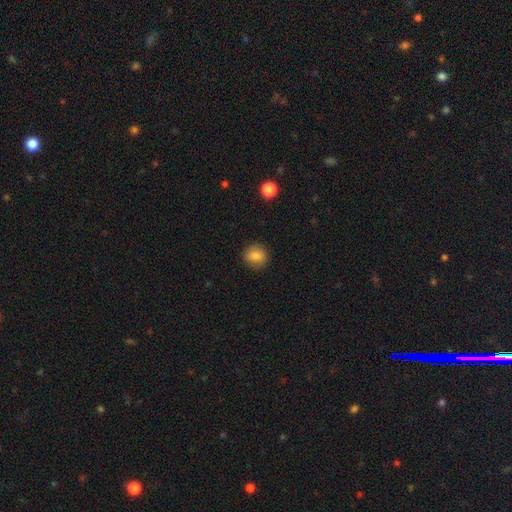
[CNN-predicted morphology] Smooth or featured: smooth — 83% (star or artifact — 10%)
How rounded: round — 87% (in between — 12%)
Merging: none — 90% (minor disturbance — 7%)